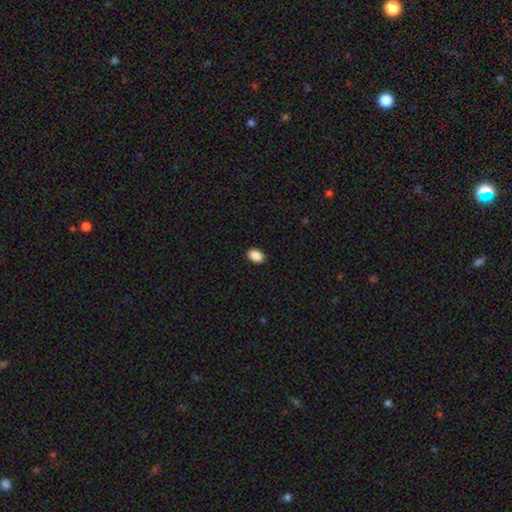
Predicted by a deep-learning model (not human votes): Smooth or featured? smooth (89%)
How rounded? in between (82%)
Merging? none (91%)